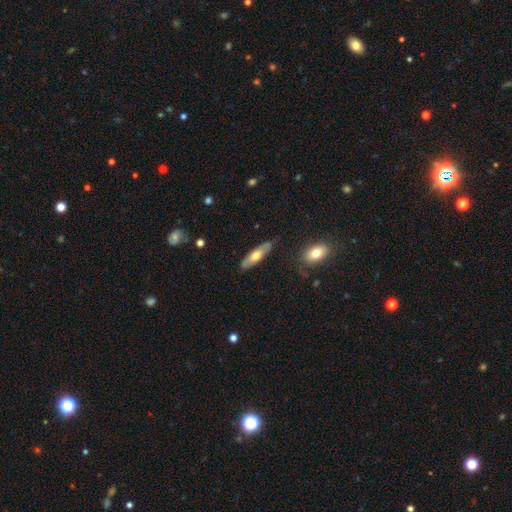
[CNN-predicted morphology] smooth-or-featured: smooth: 54% | featured or disk: 41% | star or artifact: 6%
  how-rounded: cigar-shaped: 55% | in between: 43% | round: 2%
  merging: none: 77% | minor disturbance: 18% | major disturbance: 3% | merger: 2%